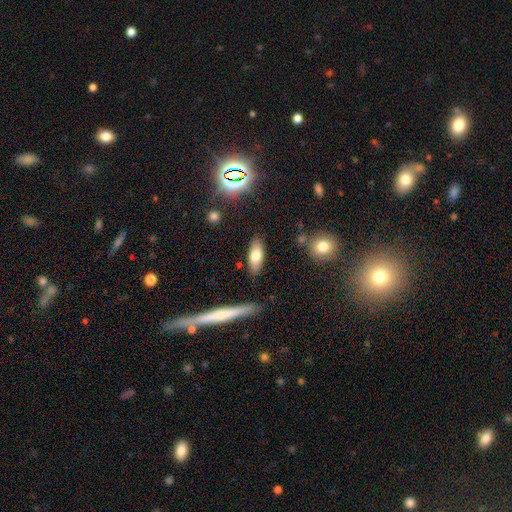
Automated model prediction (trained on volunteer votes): Morphology: type=smooth (74%); roundness=in between (71%); merging=none (84%).